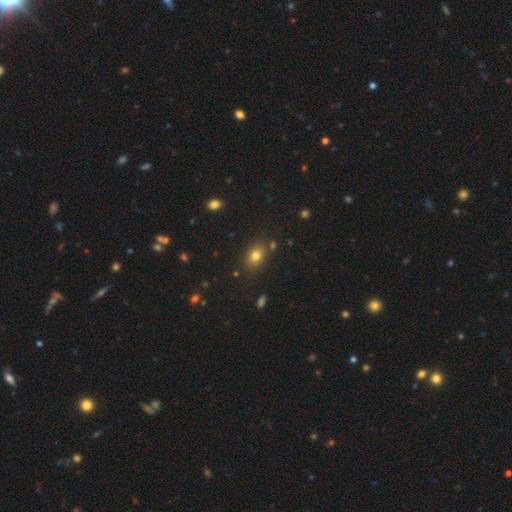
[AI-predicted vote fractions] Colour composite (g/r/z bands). It shows a smooth galaxy with no disk features (76%) that is in between round and cigar-shaped (61%). Merging: none (81%).